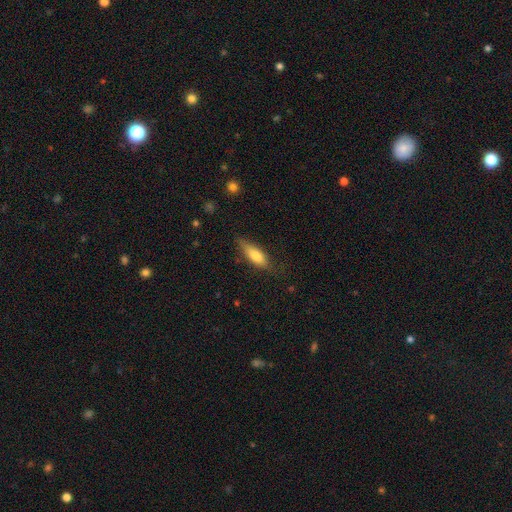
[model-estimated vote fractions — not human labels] The model was most divided on "how rounded": in between: 56%, cigar-shaped: 42%, round: 2%. More confident: smooth or featured — smooth (74%); merging — none (69%).